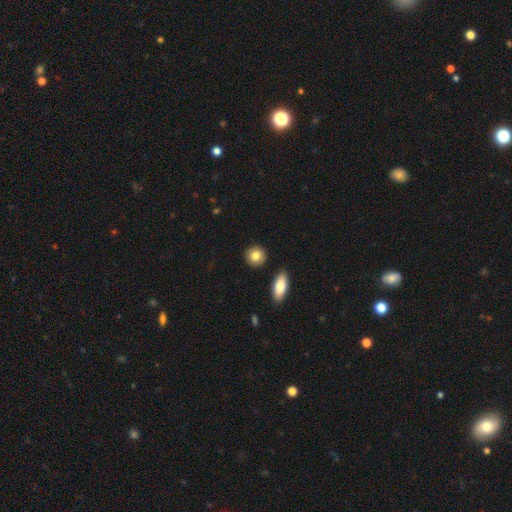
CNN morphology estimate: The model was most divided on "how rounded": round: 82%, in between: 17%, cigar-shaped: 2%. More confident: merging — none (88%); smooth or featured — smooth (83%).